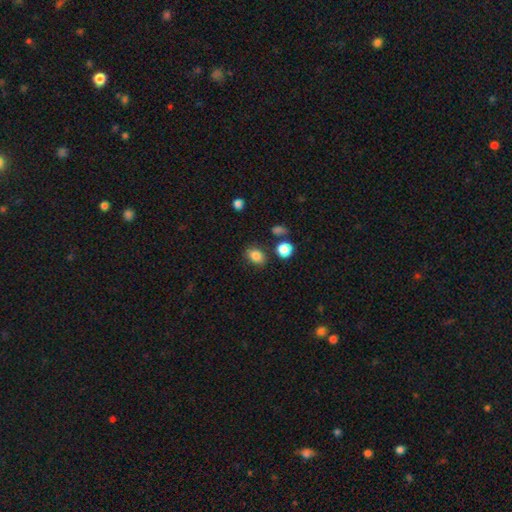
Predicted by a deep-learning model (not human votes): smooth 85%, star or artifact 10%, featured or disk 5%. Down the decision tree: how rounded — in between (73%); merging — none (79%).